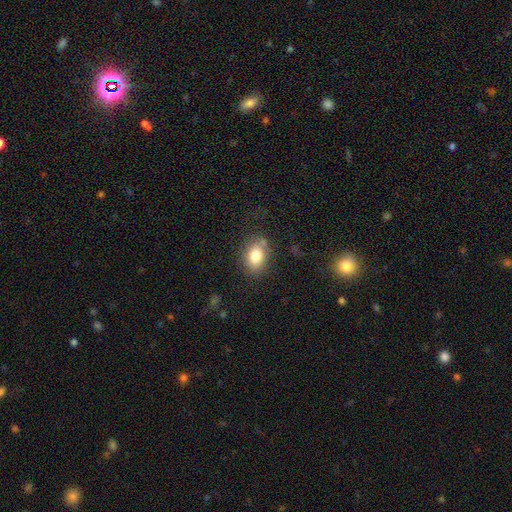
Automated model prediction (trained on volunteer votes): This is clearly a smooth galaxy (80%). How rounded: likely in between (71%). Merging: likely none (76%).